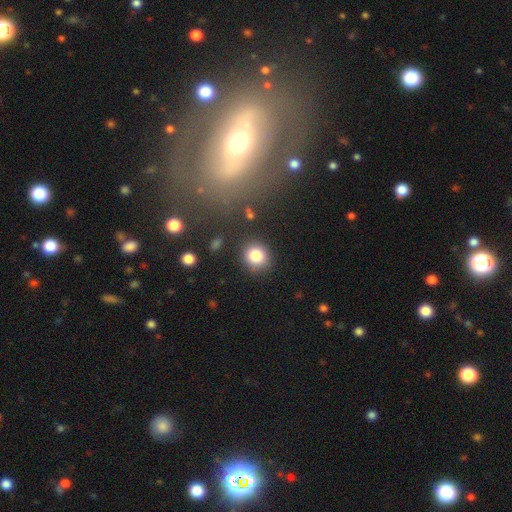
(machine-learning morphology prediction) smooth-or-featured: smooth: 83% | star or artifact: 11% | featured or disk: 6%
  how-rounded: round: 83% | in between: 16% | cigar-shaped: 1%
  merging: none: 86% | minor disturbance: 9% | major disturbance: 3% | merger: 3%